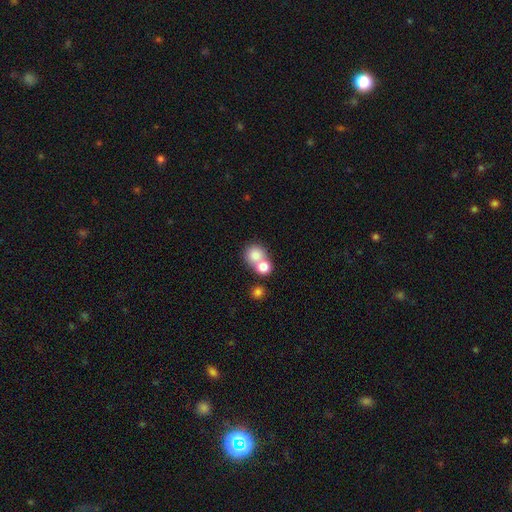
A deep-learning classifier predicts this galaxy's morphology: This appears to be a smooth galaxy with no disk features (79%) that is round (82%). Merging: merger (53%).